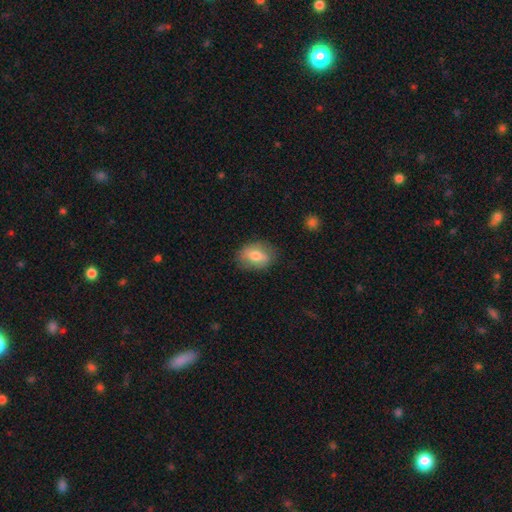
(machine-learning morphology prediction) Smooth or featured? Predicted: smooth (p=0.71). How rounded? Predicted: in between (p=0.74). Merging? Predicted: none (p=0.78).